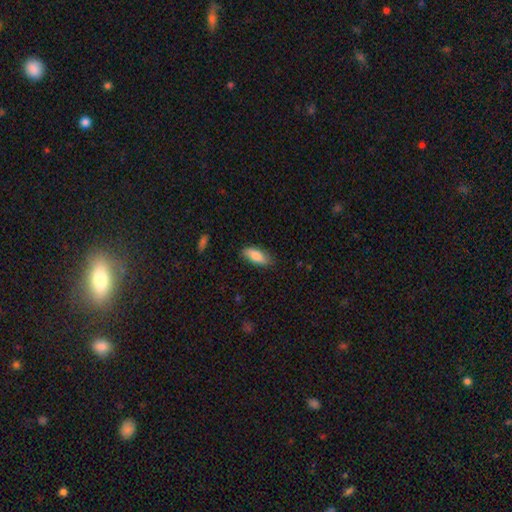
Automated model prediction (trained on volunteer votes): Smooth or featured? smooth (81%)
How rounded? in between (80%)
Merging? none (81%)